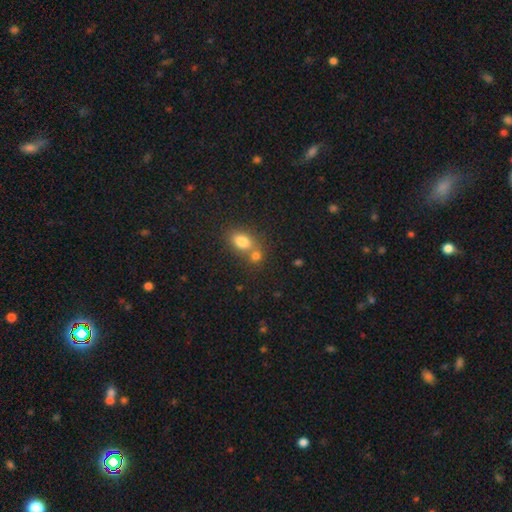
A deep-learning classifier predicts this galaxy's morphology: Smooth or featured?
  - smooth: 78% *
  - star or artifact: 12%
  - featured or disk: 10%
How rounded?
  - in between: 55% *
  - round: 43%
  - cigar-shaped: 2%
Merging?
  - merger: 50% *
  - none: 39%
  - minor disturbance: 8%
  - major disturbance: 3%